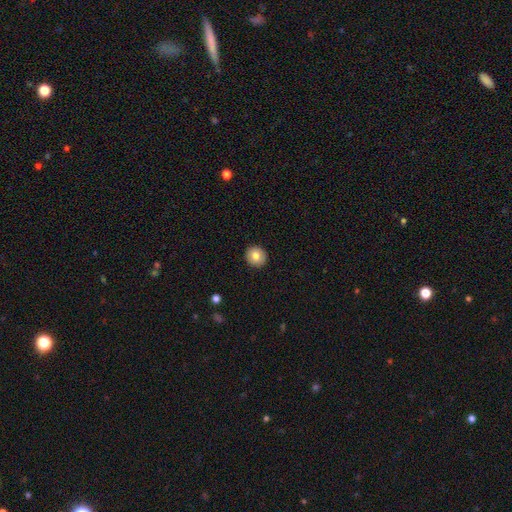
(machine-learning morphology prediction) This appears to be a smooth galaxy with no disk features (80%) that is round (92%). Merging: none (93%).